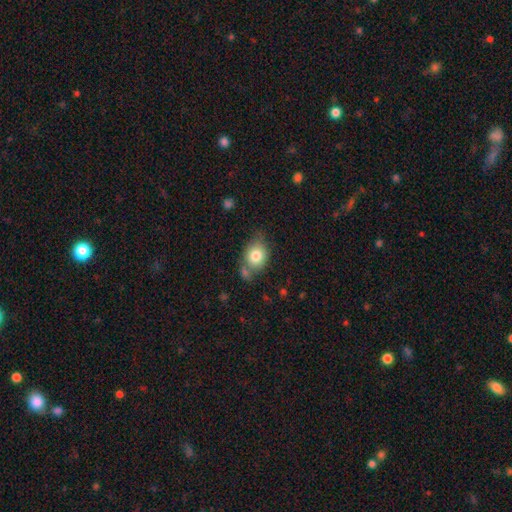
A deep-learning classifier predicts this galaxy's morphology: Q: Smooth or featured?
A: smooth (79%); runner-up: featured or disk (12%)
Q: How rounded?
A: in between (51%); runner-up: round (48%)
Q: Merging?
A: none (58%); runner-up: minor disturbance (22%)